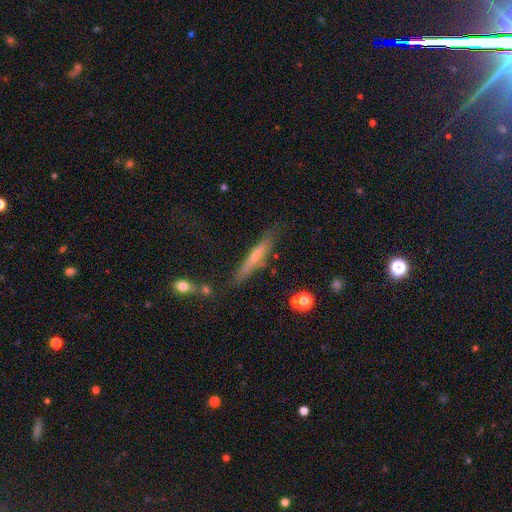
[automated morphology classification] Smooth or featured? Predicted: featured or disk (p=0.56). Edge-on disk? Predicted: yes (p=0.91). Edge-on bulge? Predicted: rounded (p=0.61). Merging? Predicted: none (p=0.78).